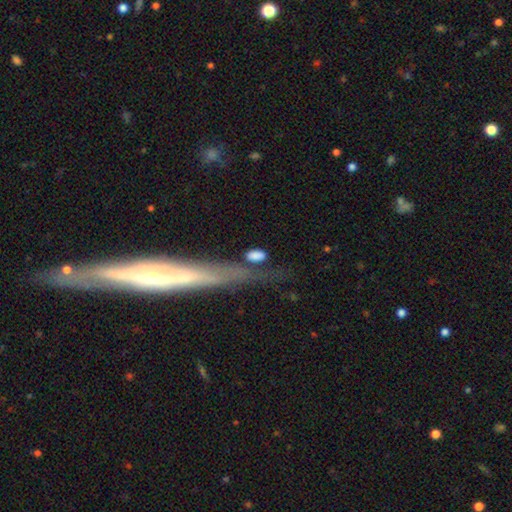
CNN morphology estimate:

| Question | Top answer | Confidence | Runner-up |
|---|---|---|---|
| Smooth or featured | smooth | 78% | featured or disk (12%) |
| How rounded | in between | 79% | cigar-shaped (11%) |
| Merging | none | 60% | minor disturbance (17%) |